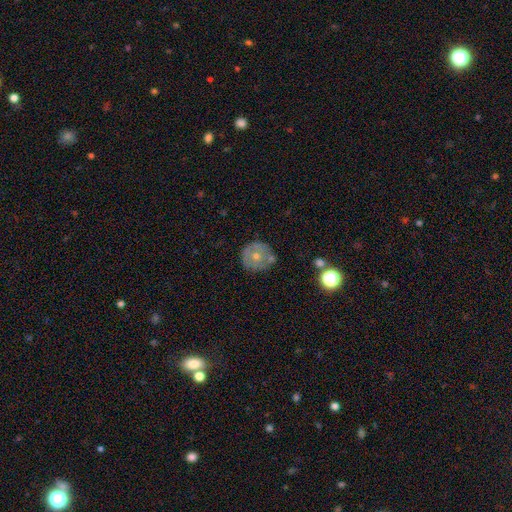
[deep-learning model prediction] smooth-or-featured: smooth: 58% | featured or disk: 34% | star or artifact: 8%
  how-rounded: round: 93% | in between: 6% | cigar-shaped: 1%
  merging: none: 69% | minor disturbance: 17% | merger: 9% | major disturbance: 5%